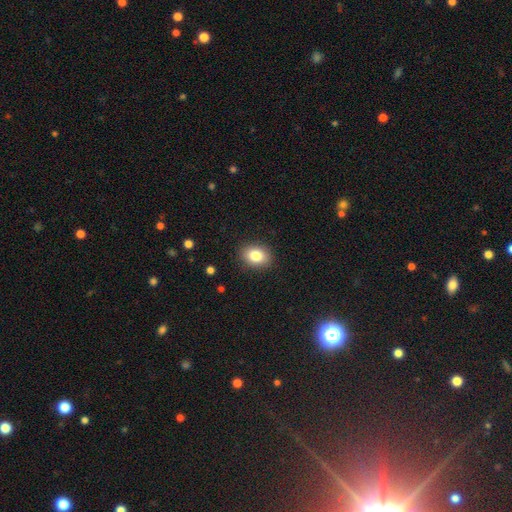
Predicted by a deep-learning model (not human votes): Morphology: type=smooth (83%); roundness=in between (66%); merging=none (89%).